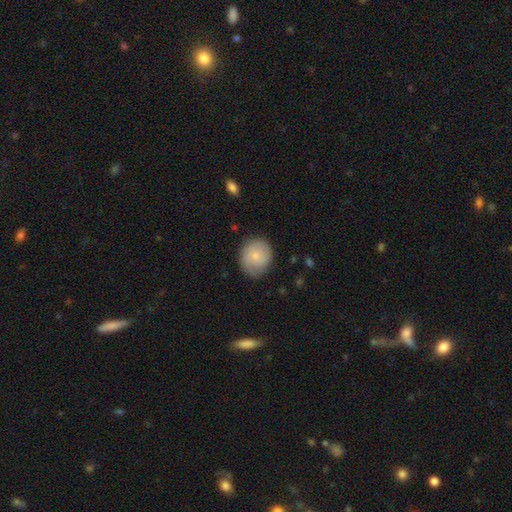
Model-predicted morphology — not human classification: type=smooth (72%); roundness=round (76%); merging=none (73%).